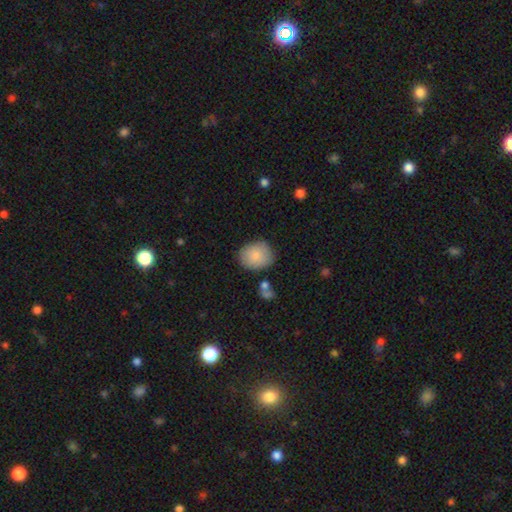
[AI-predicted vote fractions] Q: Smooth or featured?
A: smooth (84%); runner-up: featured or disk (9%)
Q: How rounded?
A: round (54%); runner-up: in between (45%)
Q: Merging?
A: none (77%); runner-up: minor disturbance (16%)